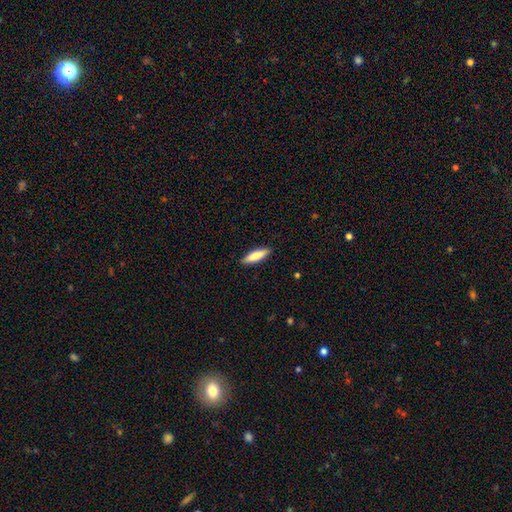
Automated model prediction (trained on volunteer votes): A smooth galaxy with no disk features (80%) that is cigar-shaped (68%). Merging: none (90%).